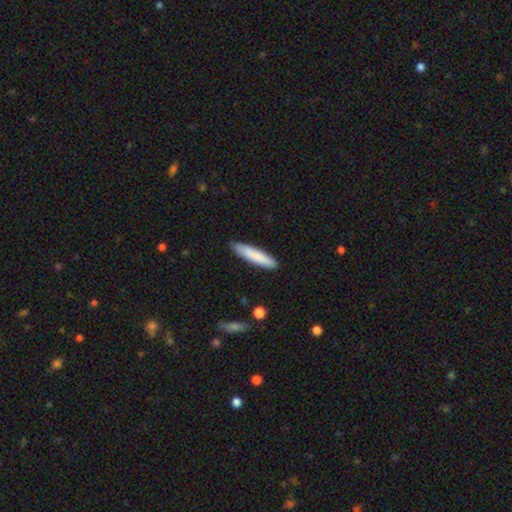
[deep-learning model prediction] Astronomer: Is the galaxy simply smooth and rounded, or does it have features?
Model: smooth — 83%.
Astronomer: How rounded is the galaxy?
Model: cigar-shaped — 86%.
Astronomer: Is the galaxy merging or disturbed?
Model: none — 88%.